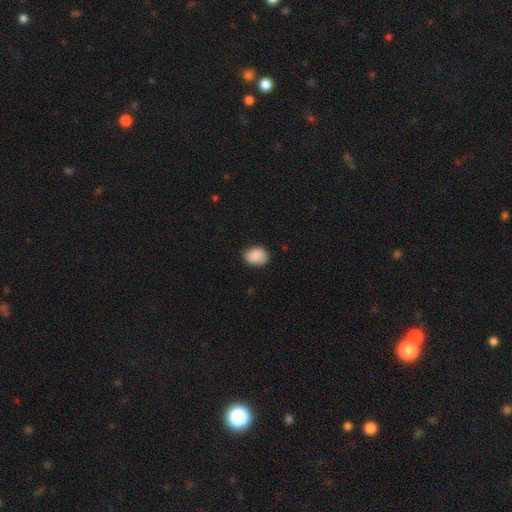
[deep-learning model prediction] Smooth or featured? Predicted: smooth (p=0.89). How rounded? Predicted: in between (p=0.64). Merging? Predicted: none (p=0.82).